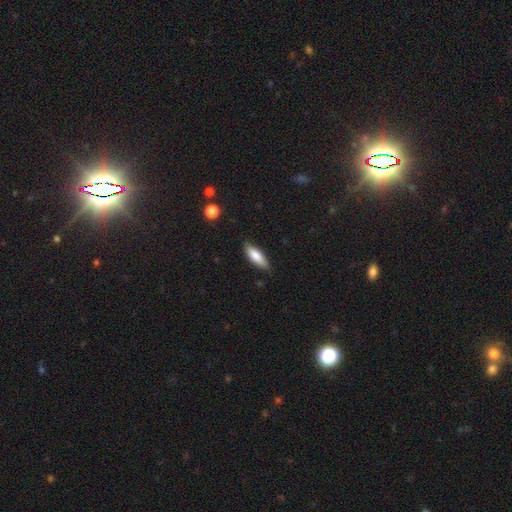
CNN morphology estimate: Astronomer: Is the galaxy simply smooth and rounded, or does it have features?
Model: smooth — 79%.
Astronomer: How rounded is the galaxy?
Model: in between — 54% (runner-up: cigar-shaped, 44%).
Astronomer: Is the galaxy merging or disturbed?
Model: none — 84%.